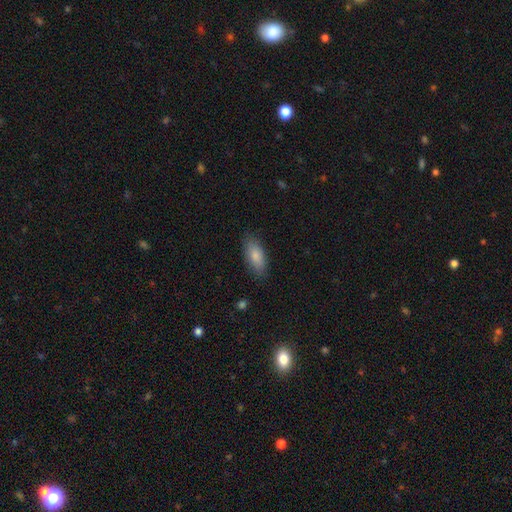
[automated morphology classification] Smooth or featured?
  - smooth: 84% *
  - featured or disk: 10%
  - star or artifact: 6%
How rounded?
  - in between: 85% *
  - cigar-shaped: 13%
  - round: 2%
Merging?
  - none: 83% *
  - minor disturbance: 13%
  - major disturbance: 3%
  - merger: 1%